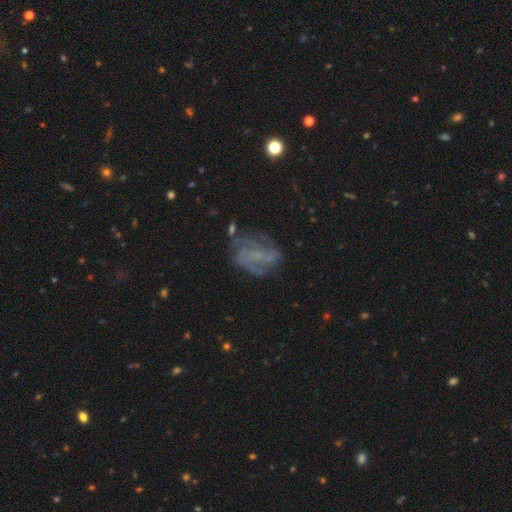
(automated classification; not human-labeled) Smooth or featured?
  - featured or disk: 64% *
  - smooth: 22%
  - star or artifact: 14%
Edge-on disk?
  - no: 97% *
  - yes: 3%
Bar?
  - no: 49% *
  - weak: 37%
  - strong: 14%
Spiral arms?
  - yes: 67% *
  - no: 33%
Bulge size?
  - none: 48% *
  - small: 40%
  - moderate: 10%
  - large: 1%
  - dominant: 1%
Merging?
  - none: 59% *
  - minor disturbance: 20%
  - major disturbance: 16%
  - merger: 5%